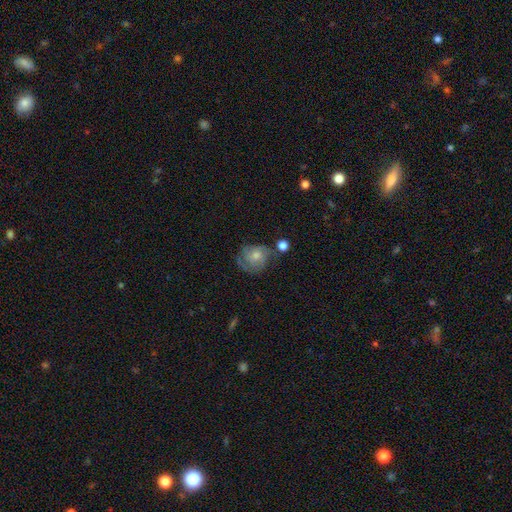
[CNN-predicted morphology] A featured or disk galaxy (65%) with no bar (79%), tight (56%) spiral arms (88%) and a moderate central bulge (52%).

Vote fractions:
- Smooth or featured? featured or disk: 65% / smooth: 24% / star or artifact: 11%
- Edge-on disk? no: 97% / yes: 3%
- Bar? no: 79% / weak: 19% / strong: 3%
- Spiral arms? yes: 88% / no: 12%
- Spiral winding? tight: 56% / medium: 34% / loose: 10%
- Spiral arm count? can't tell: 34% / 2: 27% / 3: 22% / 1: 6% / 4: 6% / more than 4: 4%
- Bulge size? moderate: 52% / small: 40% / large: 4% / none: 3% / dominant: 1%
- Merging? none: 63% / minor disturbance: 21% / major disturbance: 11% / merger: 6%